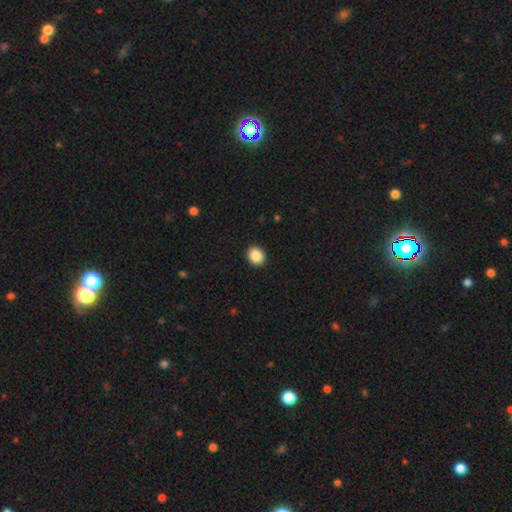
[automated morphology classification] This is clearly a smooth galaxy (88%). How rounded: likely round (67%). Merging: clearly none (92%).